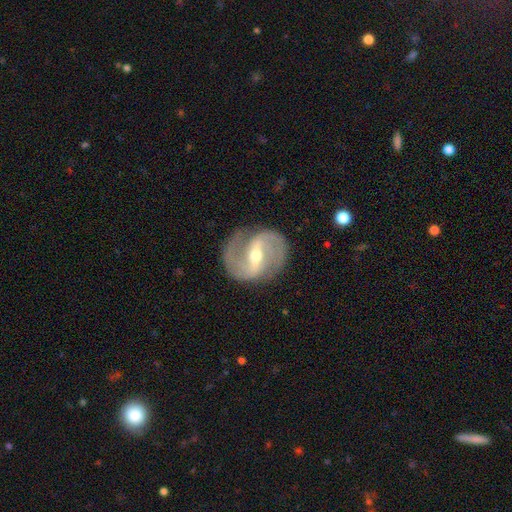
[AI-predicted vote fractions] Smooth or featured? featured or disk (89%)
Edge-on disk? no (97%)
Bar? strong (53%)
Spiral arms? yes (96%)
Spiral winding? medium (54%)
Spiral arm count? 2 (91%)
Bulge size? moderate (60%)
Merging? none (82%)